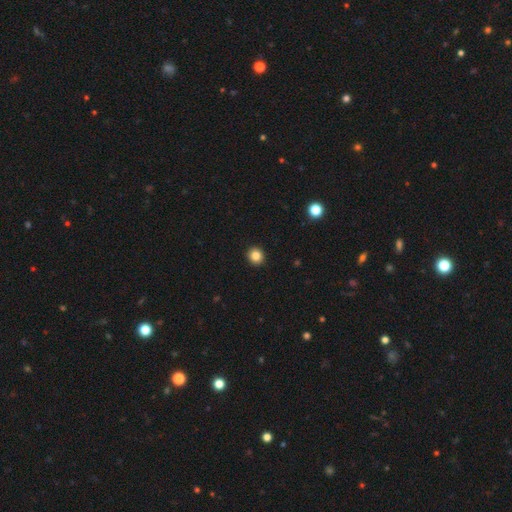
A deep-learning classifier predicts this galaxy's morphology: This appears to be a smooth galaxy with no disk features (84%) that is round (88%). Merging: none (93%).